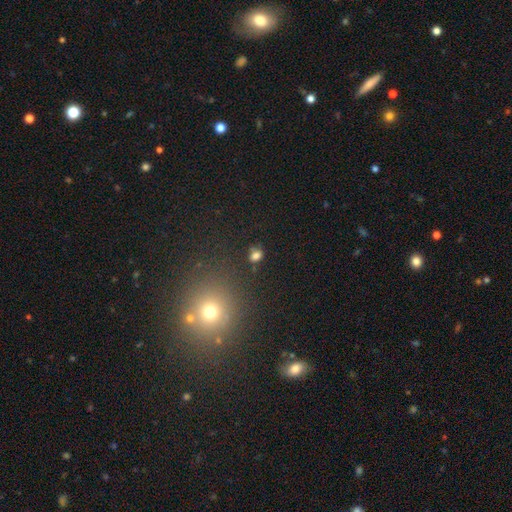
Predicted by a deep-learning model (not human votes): Q: Smooth or featured?
A: smooth (74%); runner-up: star or artifact (18%)
Q: How rounded?
A: round (49%); tied with: in between (49%)
Q: Merging?
A: none (72%); runner-up: minor disturbance (14%)